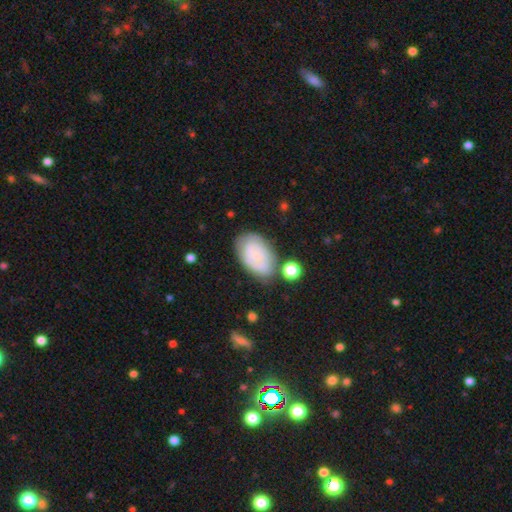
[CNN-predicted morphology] type=smooth (61%); roundness=in between (90%); merging=none (59%).